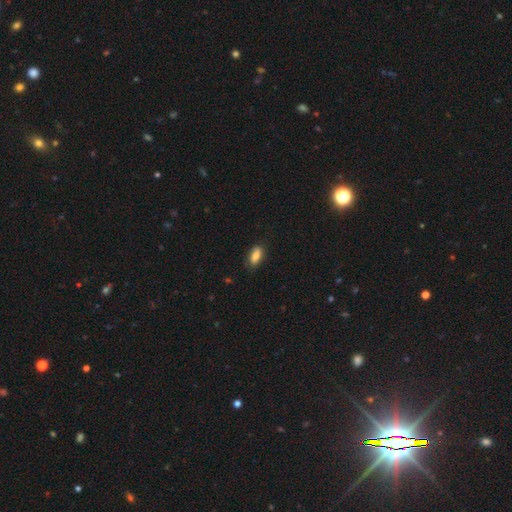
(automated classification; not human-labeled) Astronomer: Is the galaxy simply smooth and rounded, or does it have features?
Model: smooth — 83%.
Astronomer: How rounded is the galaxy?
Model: in between — 86%.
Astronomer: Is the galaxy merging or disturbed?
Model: none — 81%.